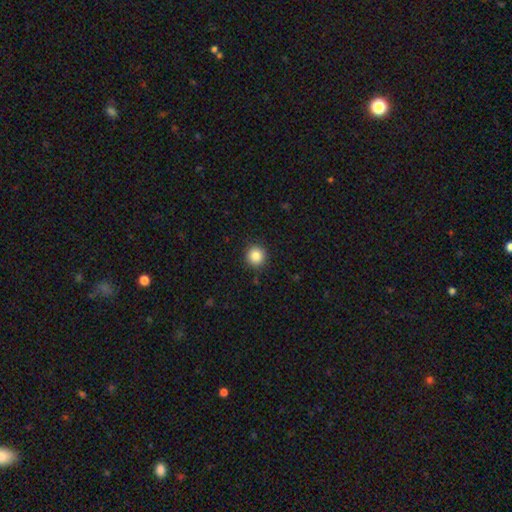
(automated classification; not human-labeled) Q: Smooth or featured?
A: smooth (85%); runner-up: star or artifact (10%)
Q: How rounded?
A: round (94%); runner-up: in between (5%)
Q: Merging?
A: none (91%); runner-up: minor disturbance (6%)